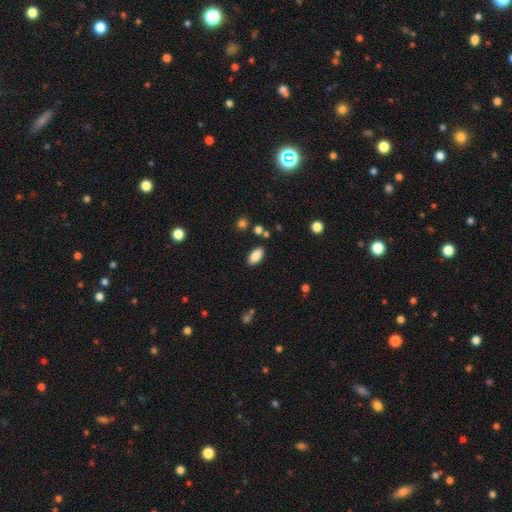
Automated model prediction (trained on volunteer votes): Overall: smooth (87%). How rounded: in between (92%). Merging: none (85%).